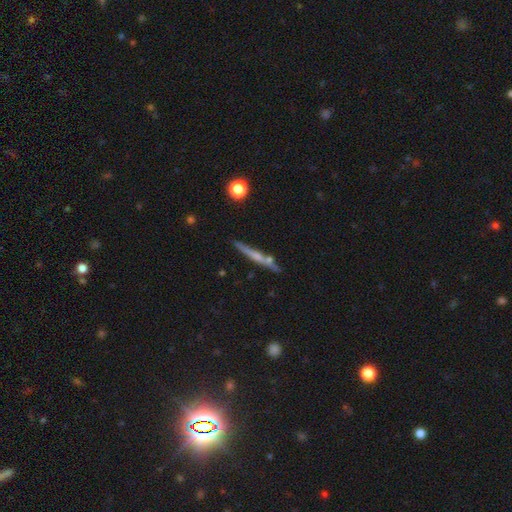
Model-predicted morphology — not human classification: Q: Smooth or featured?
A: featured or disk (54%); runner-up: smooth (38%)
Q: Edge-on disk?
A: yes (96%); runner-up: no (4%)
Q: Edge-on bulge?
A: none (55%); runner-up: rounded (36%)
Q: Merging?
A: none (81%); runner-up: minor disturbance (11%)